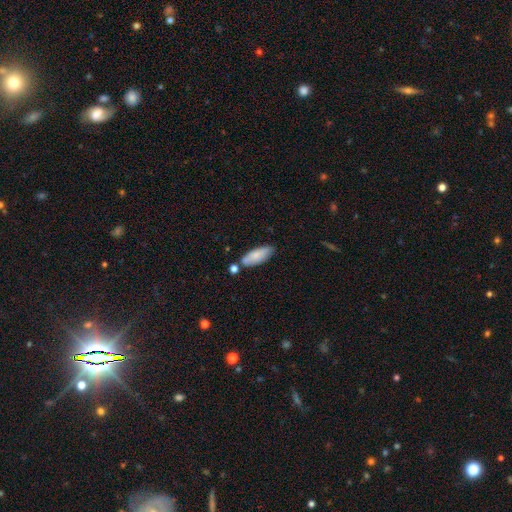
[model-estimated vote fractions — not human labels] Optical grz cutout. It shows a smooth galaxy with no disk features (81%) that is in between round and cigar-shaped (75%). Merging: none (66%).